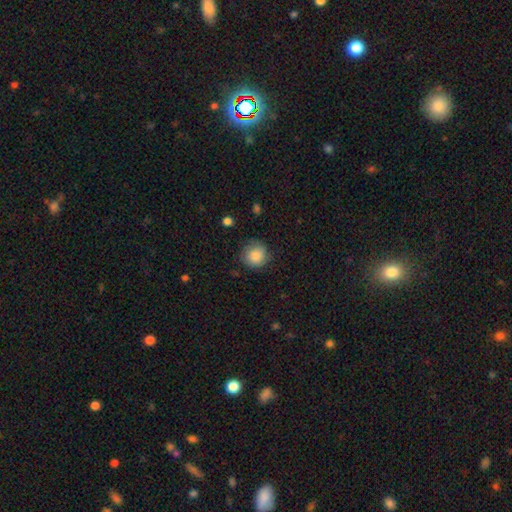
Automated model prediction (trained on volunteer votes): Q: Smooth or featured?
A: smooth (84%); runner-up: featured or disk (9%)
Q: How rounded?
A: round (88%); runner-up: in between (11%)
Q: Merging?
A: none (73%); runner-up: minor disturbance (20%)